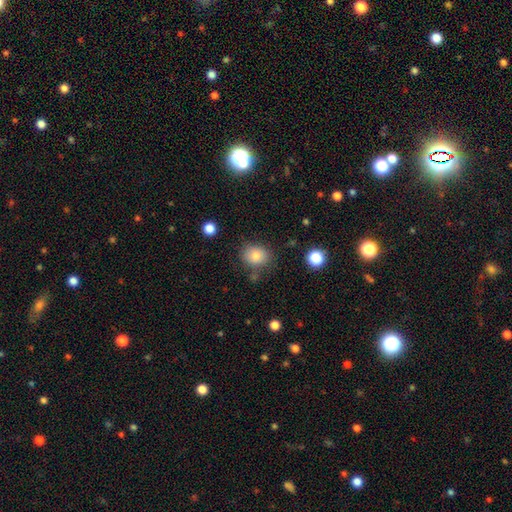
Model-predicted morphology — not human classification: type=smooth (80%); roundness=round (63%); merging=none (76%).